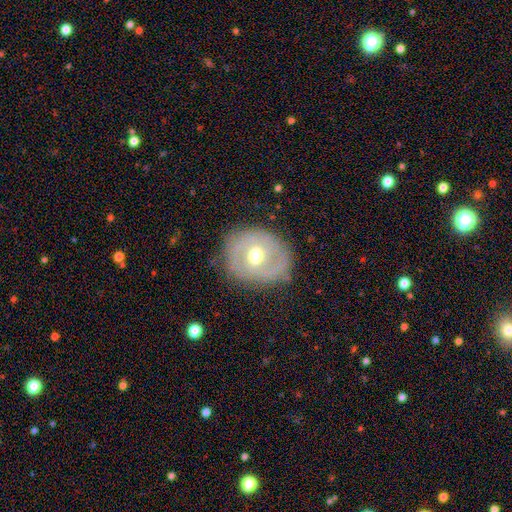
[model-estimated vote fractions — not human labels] Q: Smooth or featured?
A: featured or disk (66%); runner-up: smooth (27%)
Q: Edge-on disk?
A: no (95%); runner-up: yes (5%)
Q: Bar?
A: weak (44%); runner-up: no (43%)
Q: Spiral arms?
A: yes (61%); runner-up: no (39%)
Q: Bulge size?
A: moderate (75%); runner-up: small (16%)
Q: Merging?
A: none (74%); runner-up: minor disturbance (17%)